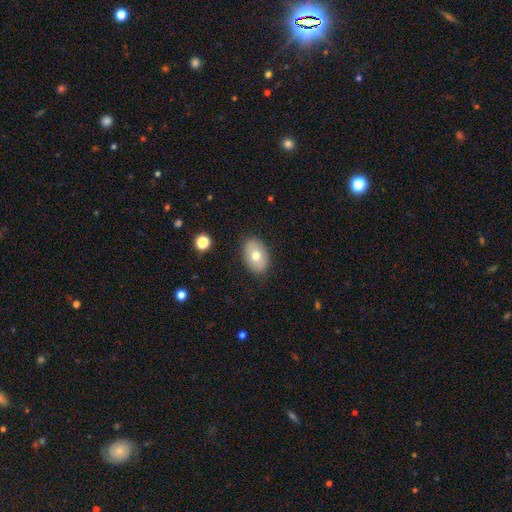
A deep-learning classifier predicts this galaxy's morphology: Smooth or featured: smooth — 70% (featured or disk — 22%)
How rounded: in between — 84% (round — 15%)
Merging: none — 86% (minor disturbance — 10%)